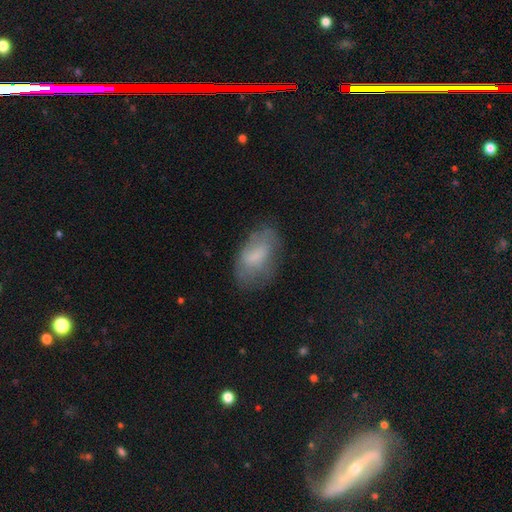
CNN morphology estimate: Smooth or featured? Predicted: smooth (p=0.65). How rounded? Predicted: in between (p=0.92). Merging? Predicted: none (p=0.61).